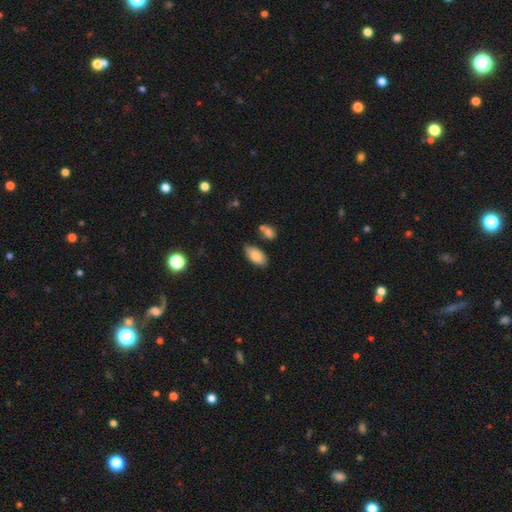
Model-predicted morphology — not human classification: smooth_or_featured: smooth (p=0.83) [alt: featured or disk p=0.10]
how_rounded: in between (p=0.94) [alt: cigar-shaped p=0.03]
merging: none (p=0.75) [alt: minor disturbance p=0.16]